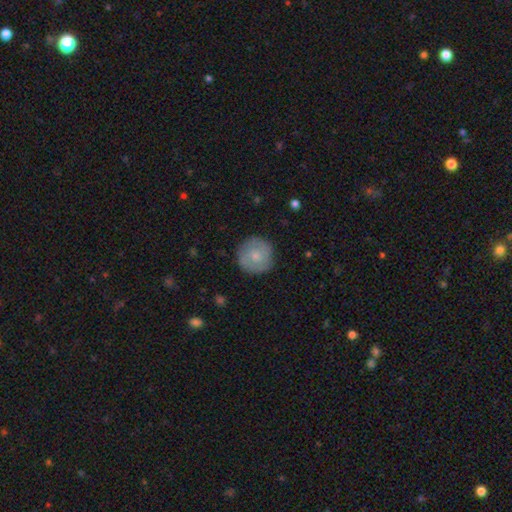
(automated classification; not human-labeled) Q: Smooth or featured?
A: smooth (72%); runner-up: featured or disk (22%)
Q: How rounded?
A: round (96%); runner-up: in between (3%)
Q: Merging?
A: none (86%); runner-up: minor disturbance (11%)